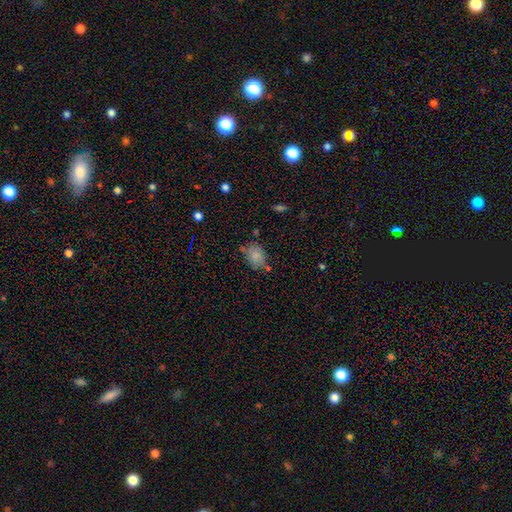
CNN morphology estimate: The model was most divided on "how rounded": in between: 65%, round: 34%, cigar-shaped: 1%. More confident: smooth or featured — smooth (83%); merging — none (65%).